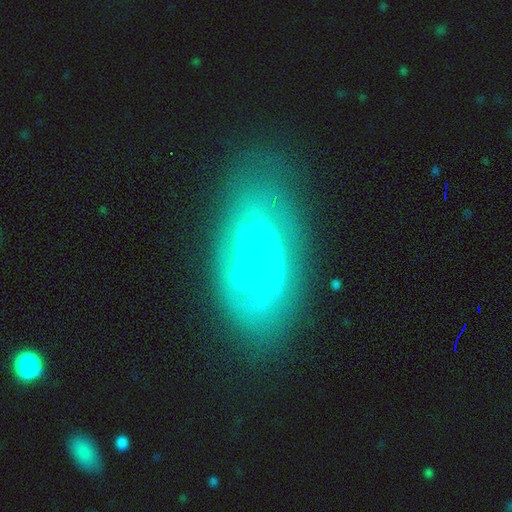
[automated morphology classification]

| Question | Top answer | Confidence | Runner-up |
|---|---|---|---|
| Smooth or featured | featured or disk | 84% | smooth (9%) |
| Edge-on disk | no | 97% | yes (3%) |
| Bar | no | 63% | weak (29%) |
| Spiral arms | yes | 93% | no (7%) |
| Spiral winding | tight | 63% | medium (30%) |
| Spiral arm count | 2 | 56% | can't tell (18%) |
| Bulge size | small | 78% | moderate (12%) |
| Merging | none | 66% | minor disturbance (21%) |